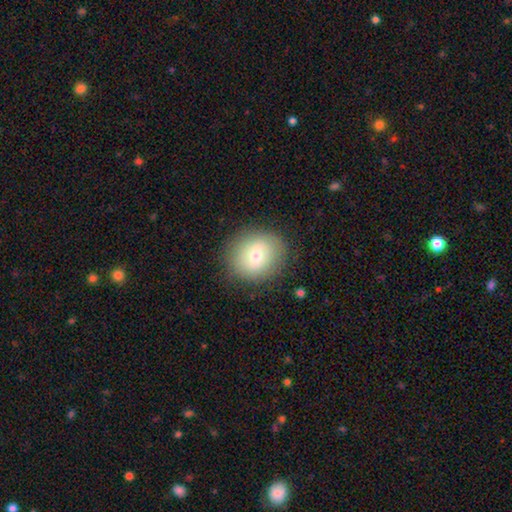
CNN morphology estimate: Smooth or featured?
  - smooth: 67% *
  - featured or disk: 24%
  - star or artifact: 9%
How rounded?
  - round: 78% *
  - in between: 21%
  - cigar-shaped: 1%
Merging?
  - none: 85% *
  - minor disturbance: 10%
  - major disturbance: 4%
  - merger: 1%